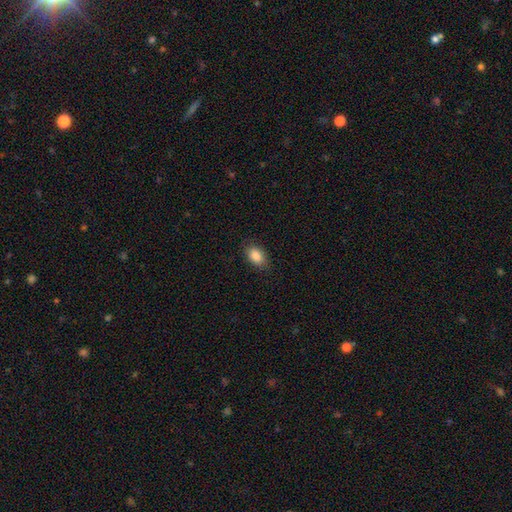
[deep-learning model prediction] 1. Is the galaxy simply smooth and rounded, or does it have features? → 87% smooth, 8% star or artifact, 5% featured or disk.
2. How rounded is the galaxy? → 86% in between, 12% round, 2% cigar-shaped.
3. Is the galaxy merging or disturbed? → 84% none, 12% minor disturbance, 3% major disturbance, 1% merger.